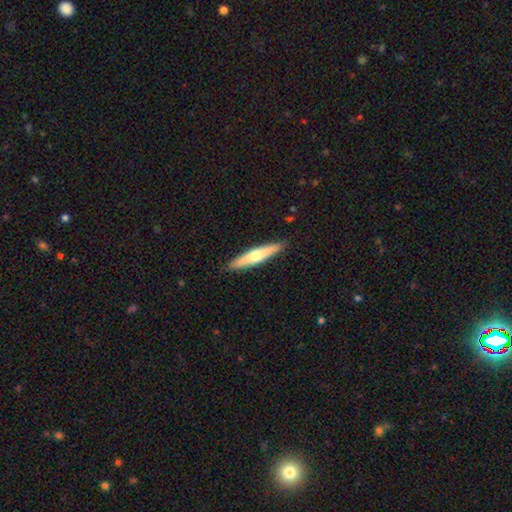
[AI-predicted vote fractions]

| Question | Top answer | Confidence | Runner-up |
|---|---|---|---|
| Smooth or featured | smooth | 52% | featured or disk (43%) |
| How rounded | cigar-shaped | 88% | in between (11%) |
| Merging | none | 90% | minor disturbance (7%) |